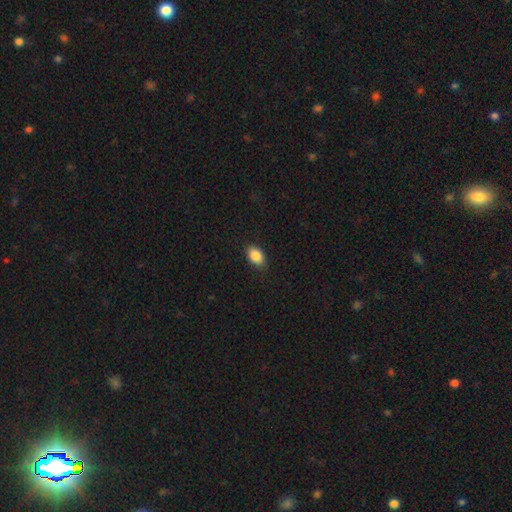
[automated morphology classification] Smooth or featured: smooth — 88% (star or artifact — 8%)
How rounded: in between — 86% (round — 13%)
Merging: none — 85% (minor disturbance — 12%)